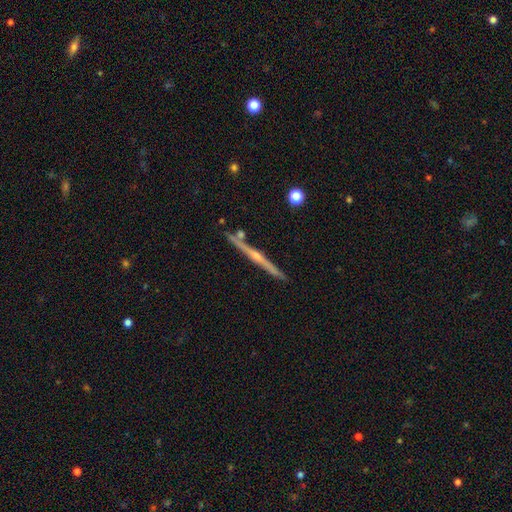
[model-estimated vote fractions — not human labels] The model was most divided on "edge-on bulge": rounded: 67%, none: 26%, boxy: 7%. More confident: edge-on disk — yes (96%); merging — none (83%); smooth or featured — featured or disk (74%).